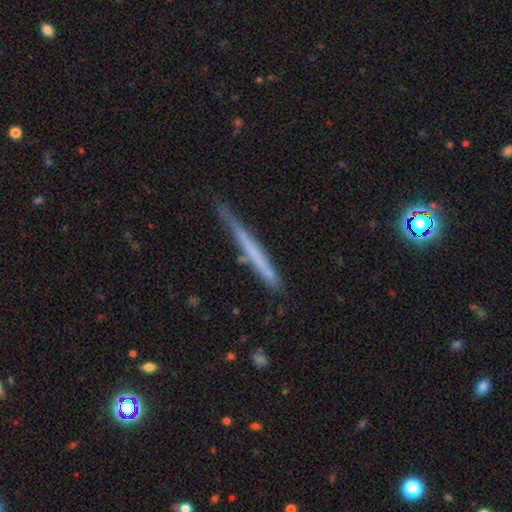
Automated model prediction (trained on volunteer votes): This appears to be a smooth galaxy with no disk features (49%). Merging: none (79%).